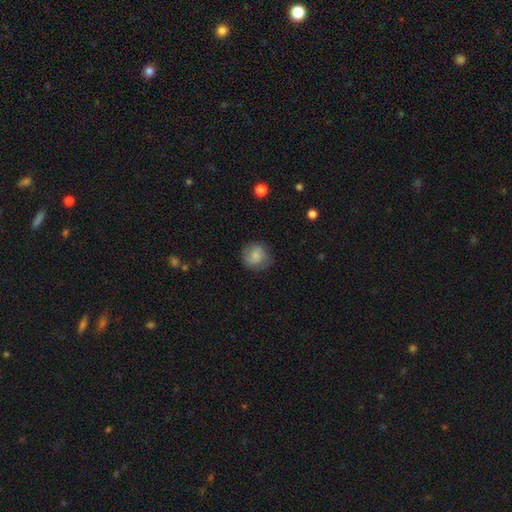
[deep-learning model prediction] smooth 72%, featured or disk 20%, star or artifact 8%. Down the decision tree: how rounded — round (87%); merging — none (74%).